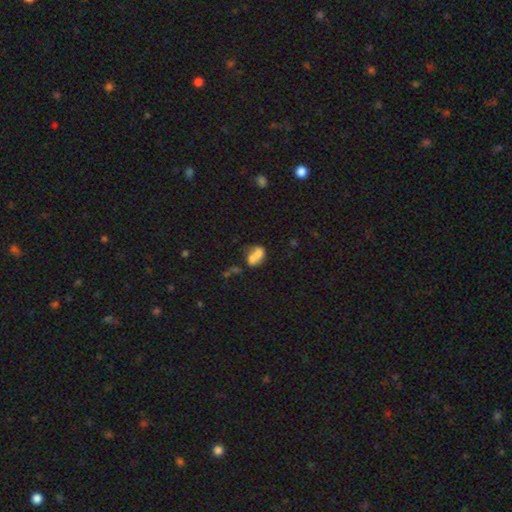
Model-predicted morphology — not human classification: smooth 67%, featured or disk 22%, star or artifact 10%. Down the decision tree: how rounded — in between (65%); merging — merger (67%).